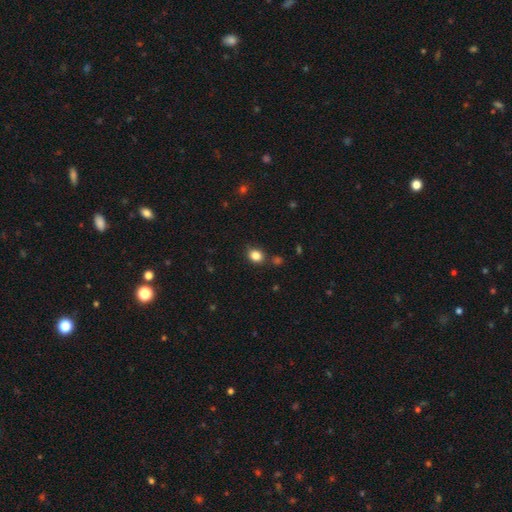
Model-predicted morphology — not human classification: Q: Smooth or featured?
A: smooth (84%); runner-up: star or artifact (11%)
Q: How rounded?
A: round (53%); runner-up: in between (46%)
Q: Merging?
A: none (79%); runner-up: minor disturbance (13%)